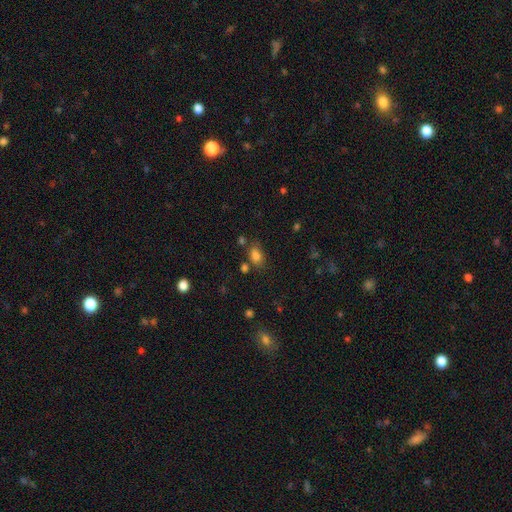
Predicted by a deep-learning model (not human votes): Smooth or featured? Predicted: smooth (p=0.81). How rounded? Predicted: in between (p=0.81). Merging? Predicted: none (p=0.68).